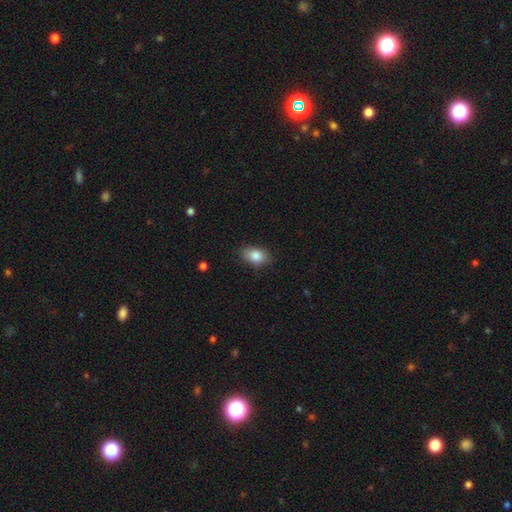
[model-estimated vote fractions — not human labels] Overall: smooth (85%). How rounded: in between (85%). Merging: none (82%).